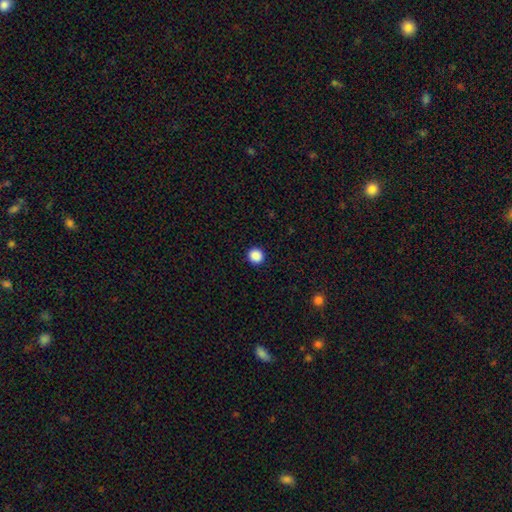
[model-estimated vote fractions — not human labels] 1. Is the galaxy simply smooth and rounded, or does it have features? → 88% smooth, 10% star or artifact, 2% featured or disk.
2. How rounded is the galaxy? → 92% round, 7% in between, 1% cigar-shaped.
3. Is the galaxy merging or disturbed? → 93% none, 5% minor disturbance, 2% major disturbance, 1% merger.